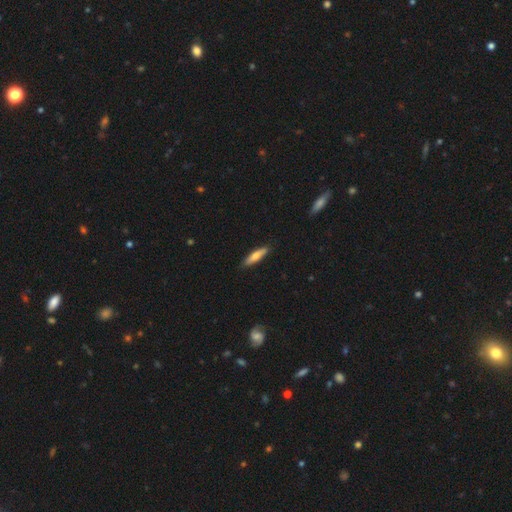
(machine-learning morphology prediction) Smooth or featured: smooth — 67% (featured or disk — 27%)
How rounded: cigar-shaped — 77% (in between — 21%)
Merging: none — 88% (minor disturbance — 9%)